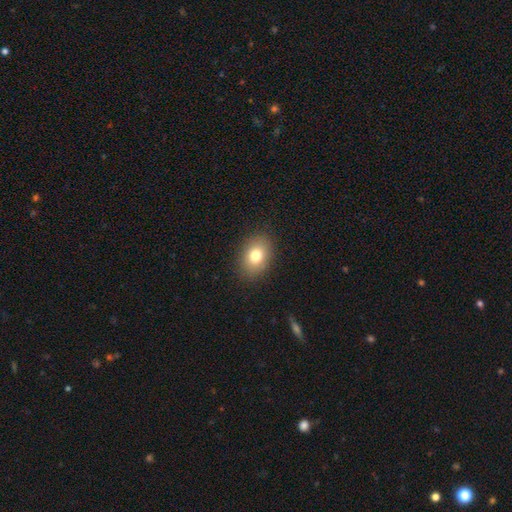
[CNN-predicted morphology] smooth-or-featured: smooth: 78% | featured or disk: 12% | star or artifact: 10%
  how-rounded: in between: 74% | round: 25% | cigar-shaped: 1%
  merging: none: 87% | minor disturbance: 9% | major disturbance: 3% | merger: 1%